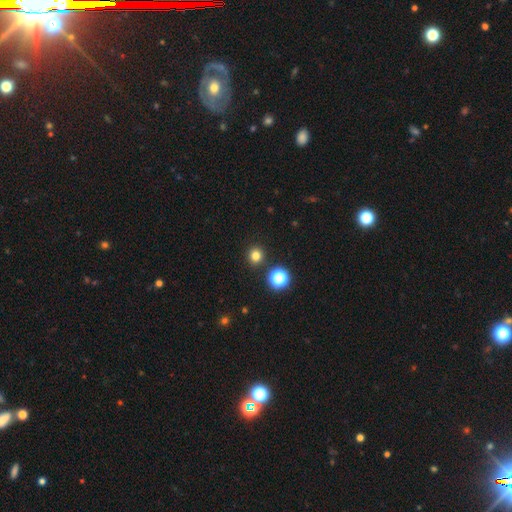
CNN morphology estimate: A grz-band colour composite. It shows a smooth galaxy with no disk features (79%) that is round (93%). Merging: none (90%).